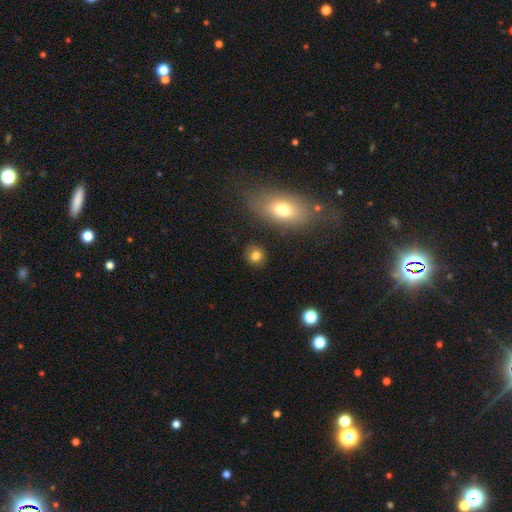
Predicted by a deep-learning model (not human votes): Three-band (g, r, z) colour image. It shows a smooth galaxy with no disk features (80%) that is round (79%). Merging: none (84%).